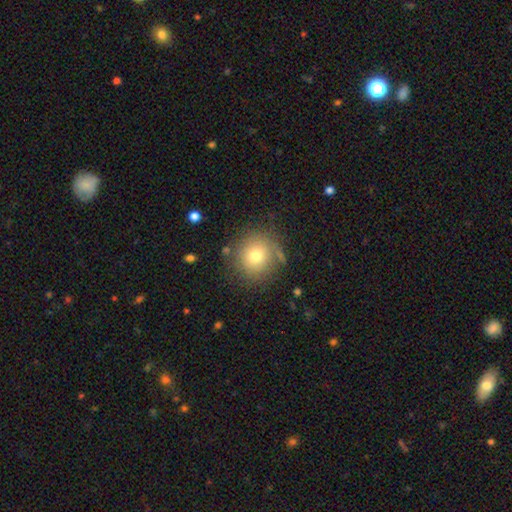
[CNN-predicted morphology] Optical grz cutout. It shows a smooth galaxy with no disk features (75%) that is round (91%). Merging: none (80%).